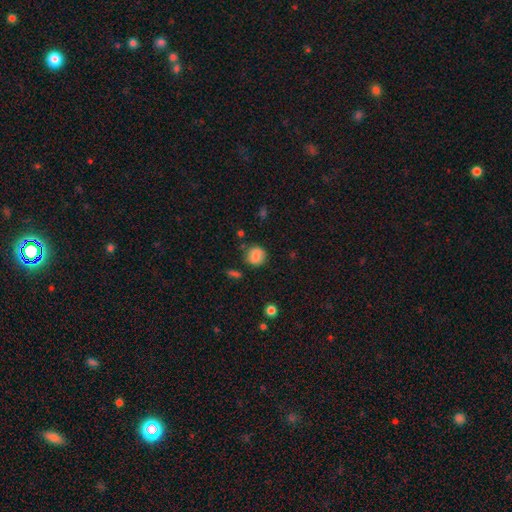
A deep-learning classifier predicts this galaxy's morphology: The model was most divided on "smooth or featured": smooth: 76%, featured or disk: 15%, star or artifact: 9%. More confident: how rounded — round (84%); merging — none (78%).